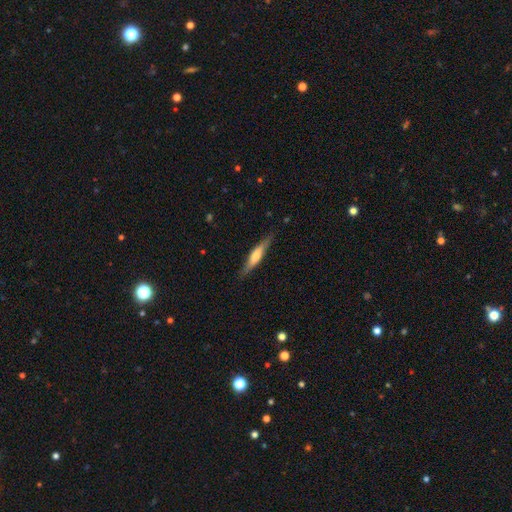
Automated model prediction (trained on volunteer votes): smooth_or_featured: featured or disk (p=0.50) [alt: smooth p=0.45]
merging: none (p=0.84) [alt: minor disturbance p=0.13]